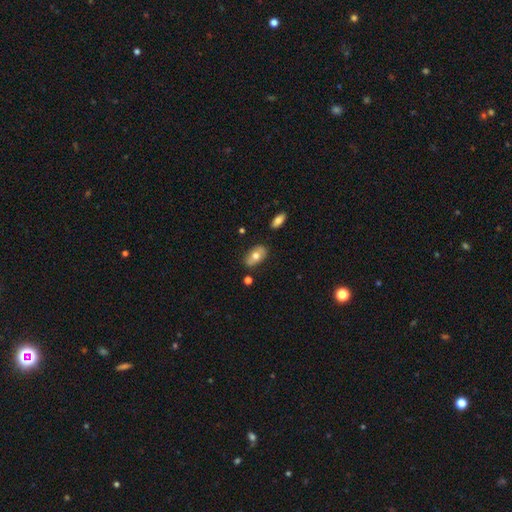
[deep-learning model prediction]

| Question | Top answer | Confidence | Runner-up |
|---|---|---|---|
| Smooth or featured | smooth | 64% | featured or disk (29%) |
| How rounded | in between | 91% | round (6%) |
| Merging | none | 78% | minor disturbance (15%) |